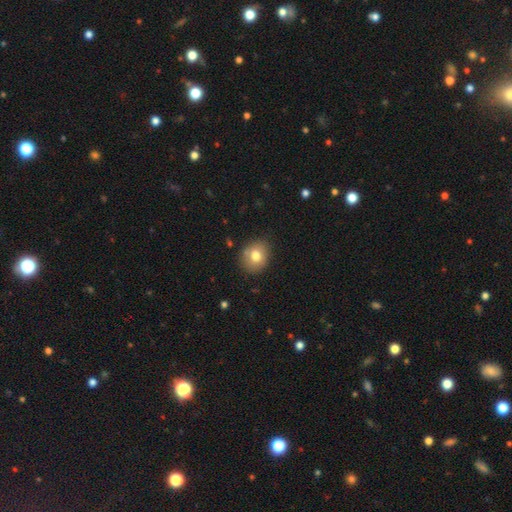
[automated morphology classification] Smooth or featured: smooth — 76% (featured or disk — 14%)
How rounded: round — 64% (in between — 35%)
Merging: none — 80% (minor disturbance — 14%)